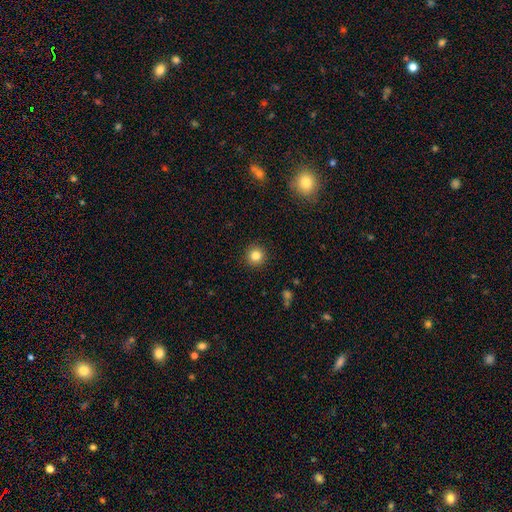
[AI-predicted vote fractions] A smooth galaxy with no disk features (83%) that is round (95%).

Vote fractions:
- Smooth or featured? smooth: 83% / star or artifact: 11% / featured or disk: 6%
- How rounded? round: 95% / in between: 4% / cigar-shaped: 1%
- Merging? none: 92% / minor disturbance: 5% / major disturbance: 2% / merger: 1%